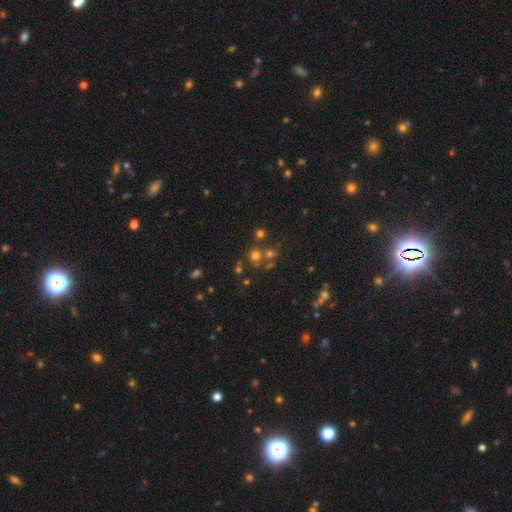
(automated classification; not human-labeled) Q: Smooth or featured?
A: smooth (60%); runner-up: star or artifact (26%)
Q: How rounded?
A: round (88%); runner-up: in between (11%)
Q: Merging?
A: none (61%); runner-up: merger (26%)